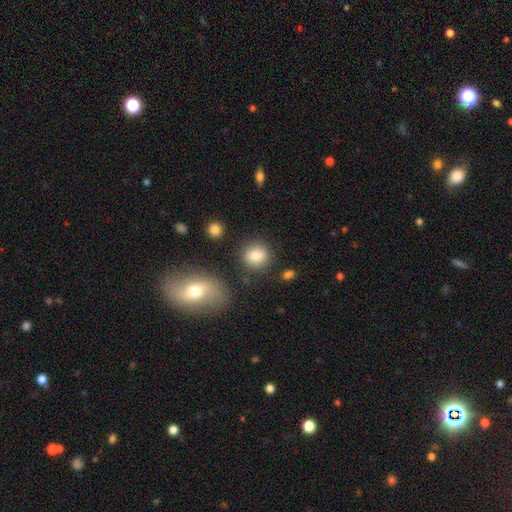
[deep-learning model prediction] smooth 83%, star or artifact 9%, featured or disk 7%. Down the decision tree: how rounded — round (81%); merging — none (82%).